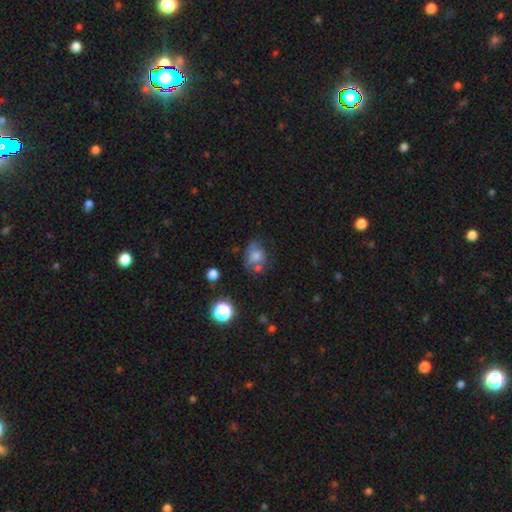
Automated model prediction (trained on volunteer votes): A smooth galaxy with no disk features (63%) that is in between round and cigar-shaped (52%).

Vote fractions:
- Smooth or featured? smooth: 63% / featured or disk: 24% / star or artifact: 13%
- How rounded? in between: 52% / round: 46% / cigar-shaped: 1%
- Merging? none: 41% / minor disturbance: 27% / merger: 16% / major disturbance: 15%